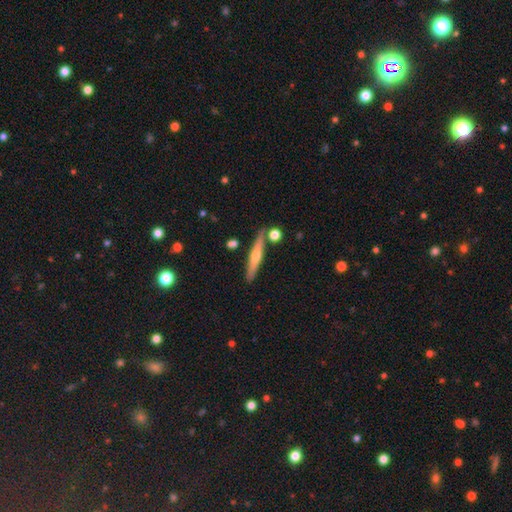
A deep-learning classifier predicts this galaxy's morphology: This is possibly a featured or disk galaxy (59%). It is clearly viewed edge-on (95%). Edge-on bulge: clearly rounded (84%). Merging: clearly none (85%).